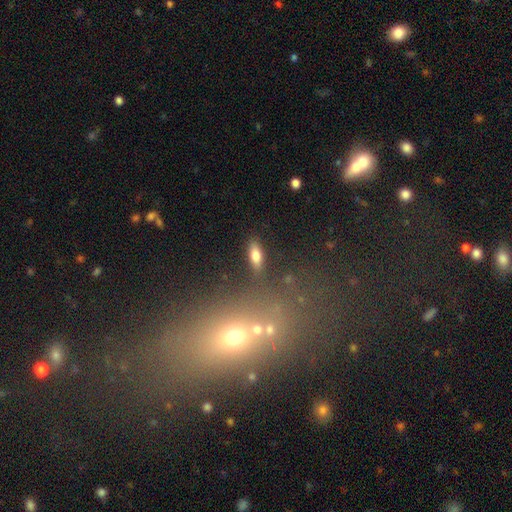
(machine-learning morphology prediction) A smooth galaxy with no disk features (74%) that is in between round and cigar-shaped (75%).

Vote fractions:
- Smooth or featured? smooth: 74% / featured or disk: 17% / star or artifact: 9%
- How rounded? in between: 75% / cigar-shaped: 22% / round: 4%
- Merging? none: 82% / minor disturbance: 11% / merger: 4% / major disturbance: 3%